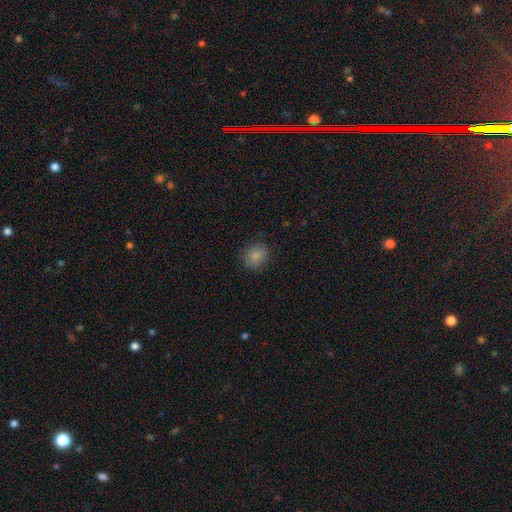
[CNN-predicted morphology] Smooth or featured?
  - smooth: 86% *
  - star or artifact: 10%
  - featured or disk: 5%
How rounded?
  - round: 59% *
  - in between: 40%
  - cigar-shaped: 1%
Merging?
  - none: 84% *
  - minor disturbance: 12%
  - major disturbance: 3%
  - merger: 1%